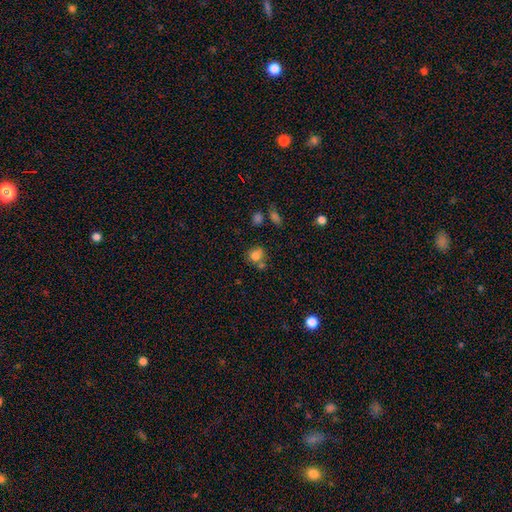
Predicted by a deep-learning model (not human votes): smooth_or_featured: smooth (p=0.77) [alt: star or artifact p=0.12]
how_rounded: round (p=0.71) [alt: in between p=0.28]
merging: none (p=0.51) [alt: merger p=0.26]